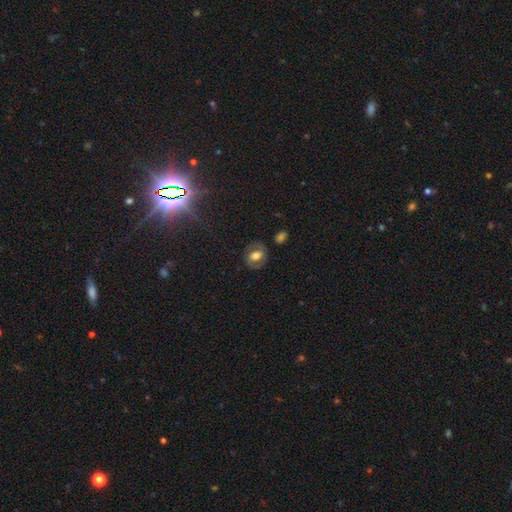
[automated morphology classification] smooth-or-featured: featured or disk: 47% | smooth: 45% | star or artifact: 9%
  merging: none: 77% | minor disturbance: 14% | major disturbance: 7% | merger: 2%